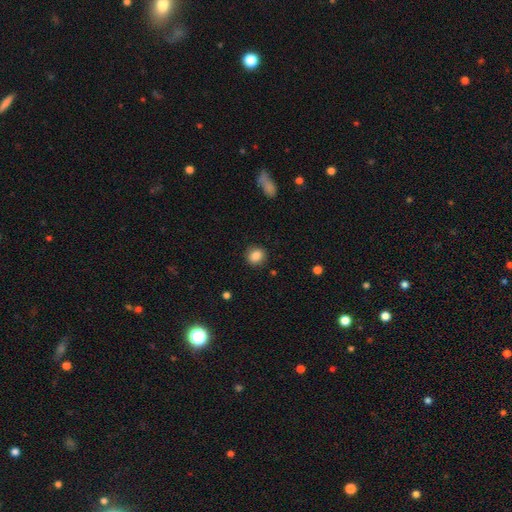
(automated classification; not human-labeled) smooth-or-featured: smooth: 86% | star or artifact: 9% | featured or disk: 5%
  how-rounded: round: 80% | in between: 19% | cigar-shaped: 1%
  merging: none: 89% | minor disturbance: 8% | major disturbance: 2% | merger: 1%